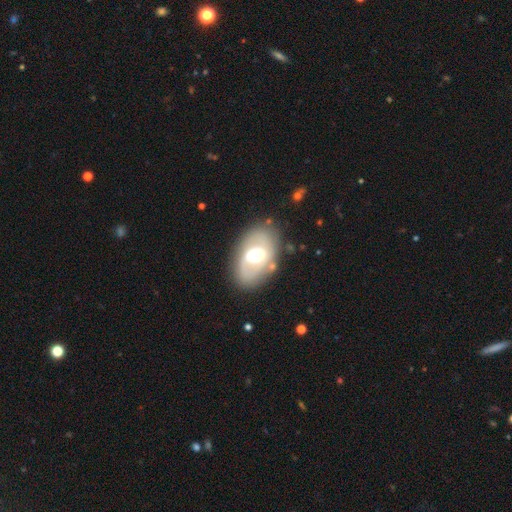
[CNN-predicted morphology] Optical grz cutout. It shows a featured or disk galaxy (61%) with a weak bar (48%), spiral arms (62%) and a moderate central bulge (62%). Merging: none (76%).